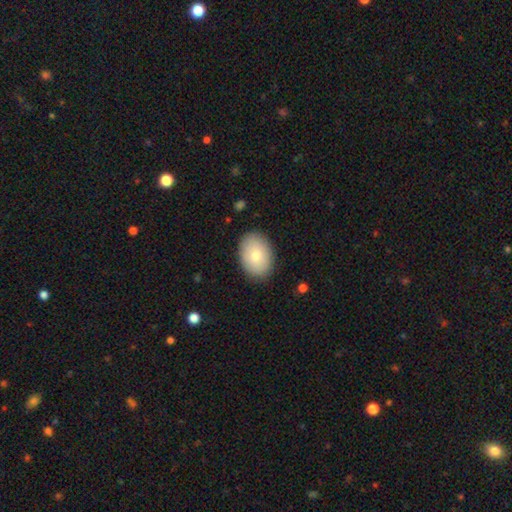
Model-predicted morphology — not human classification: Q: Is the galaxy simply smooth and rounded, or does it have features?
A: smooth — 80%.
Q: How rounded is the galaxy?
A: in between — 80%.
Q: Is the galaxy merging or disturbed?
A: none — 87%.